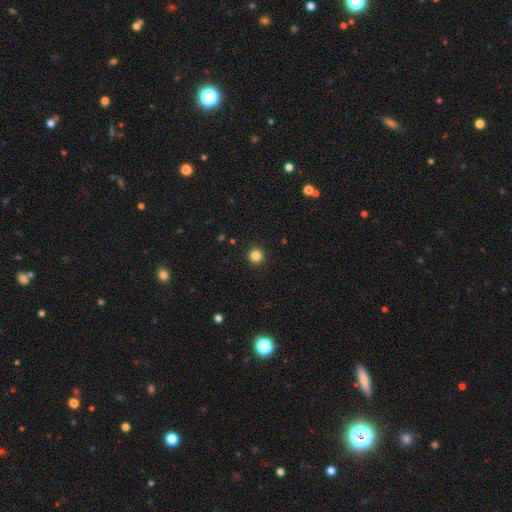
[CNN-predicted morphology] smooth_or_featured: smooth (p=0.84) [alt: star or artifact p=0.12]
how_rounded: round (p=0.95) [alt: in between p=0.04]
merging: none (p=0.93) [alt: minor disturbance p=0.05]